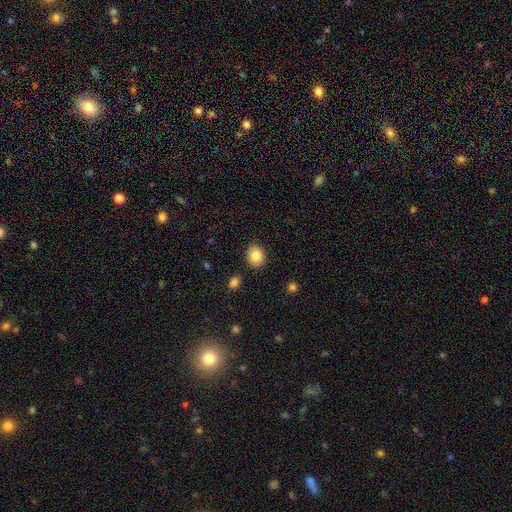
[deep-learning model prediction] smooth-or-featured: smooth: 85% | star or artifact: 8% | featured or disk: 7%
  how-rounded: in between: 51% | round: 48% | cigar-shaped: 1%
  merging: none: 88% | minor disturbance: 8% | major disturbance: 2% | merger: 2%